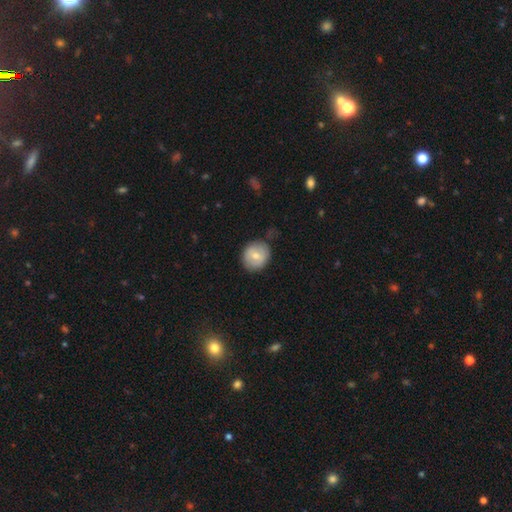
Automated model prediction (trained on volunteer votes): Smooth or featured: smooth — 67% (featured or disk — 26%)
How rounded: round — 83% (in between — 17%)
Merging: none — 77% (minor disturbance — 17%)